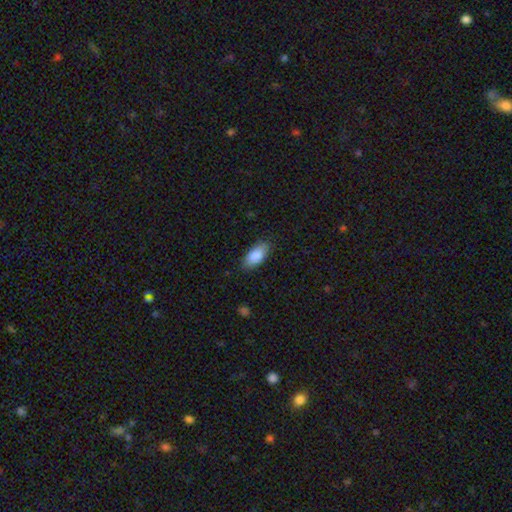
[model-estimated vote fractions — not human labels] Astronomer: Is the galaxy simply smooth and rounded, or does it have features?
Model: smooth — 88%.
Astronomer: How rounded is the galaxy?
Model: in between — 90%.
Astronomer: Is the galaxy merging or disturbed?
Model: none — 83%.